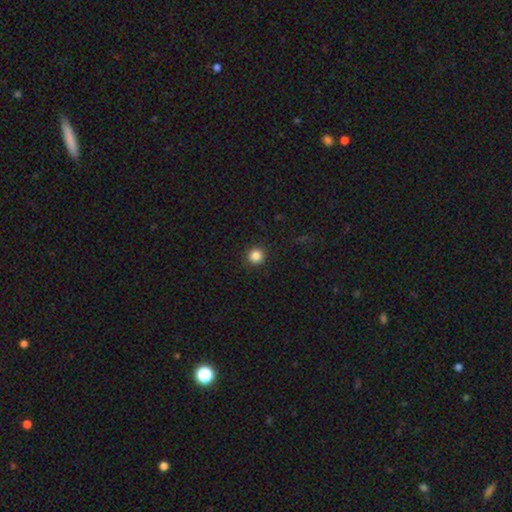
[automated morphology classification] Smooth or featured? Predicted: smooth (p=0.85). How rounded? Predicted: round (p=0.95). Merging? Predicted: none (p=0.92).